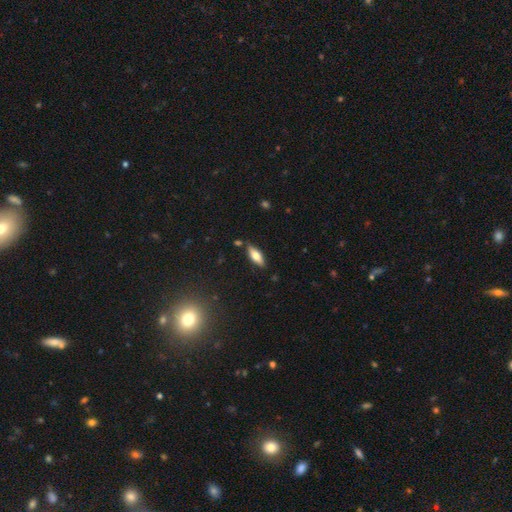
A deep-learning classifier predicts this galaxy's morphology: Smooth or featured? Predicted: smooth (p=0.62). How rounded? Predicted: in between (p=0.65). Merging? Predicted: none (p=0.83).